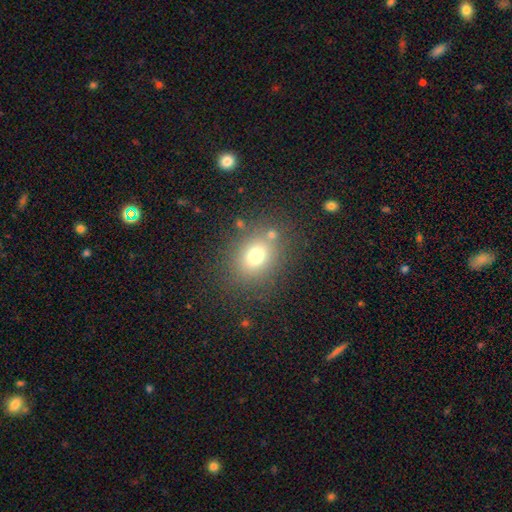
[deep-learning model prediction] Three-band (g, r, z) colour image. It shows a smooth galaxy with no disk features (73%) that is round (57%). Merging: none (75%).